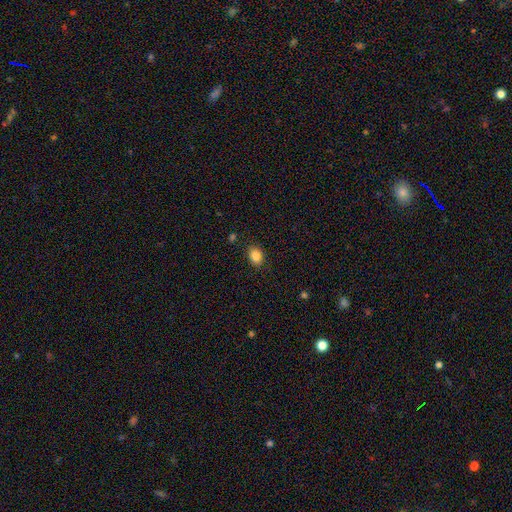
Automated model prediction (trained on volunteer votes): This is clearly a smooth galaxy (86%). How rounded: likely in between (64%). Merging: clearly none (86%).